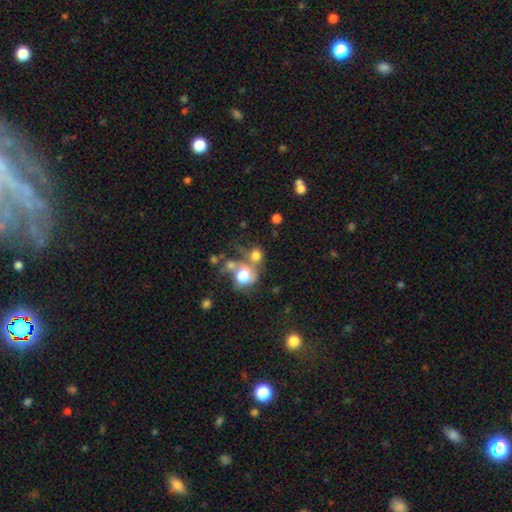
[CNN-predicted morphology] Smooth or featured?
  - smooth: 71% *
  - featured or disk: 16%
  - star or artifact: 13%
How rounded?
  - round: 74% *
  - in between: 25%
  - cigar-shaped: 1%
Merging?
  - merger: 47% *
  - none: 33%
  - major disturbance: 10%
  - minor disturbance: 10%